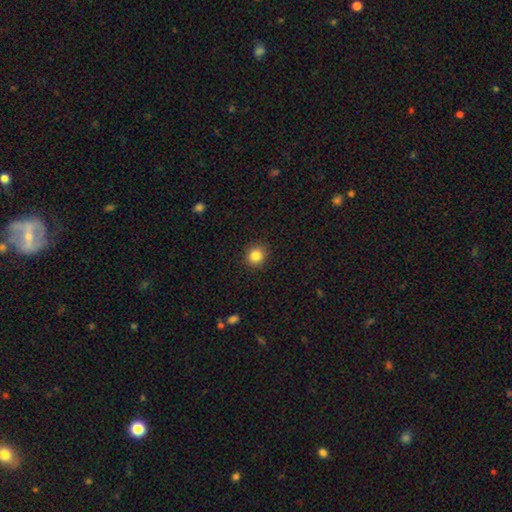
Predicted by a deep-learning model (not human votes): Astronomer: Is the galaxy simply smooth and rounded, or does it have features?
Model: smooth — 84%.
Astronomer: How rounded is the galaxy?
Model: round — 85%.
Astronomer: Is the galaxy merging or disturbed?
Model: none — 90%.